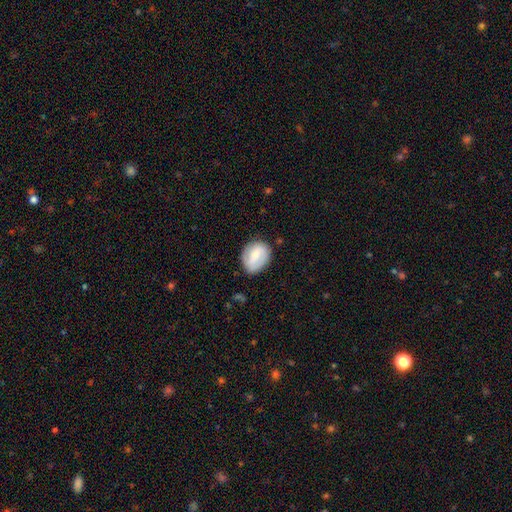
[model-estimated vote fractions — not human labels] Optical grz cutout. It shows a smooth galaxy with no disk features (63%) that is in between round and cigar-shaped (57%). Merging: none (73%).